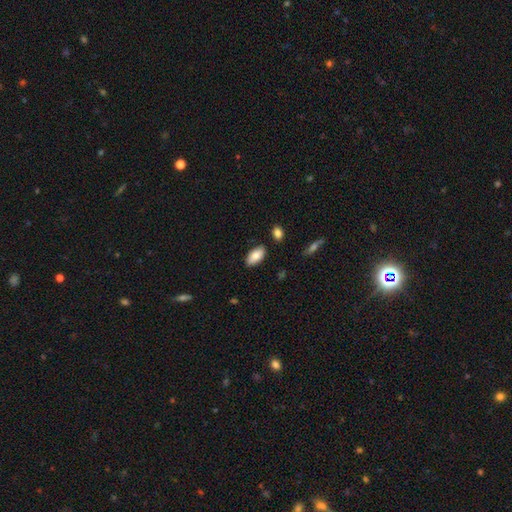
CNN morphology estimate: A smooth galaxy with no disk features (84%) that is in between round and cigar-shaped (93%).

Vote fractions:
- Smooth or featured? smooth: 84% / featured or disk: 10% / star or artifact: 6%
- How rounded? in between: 93% / cigar-shaped: 5% / round: 2%
- Merging? none: 86% / minor disturbance: 10% / merger: 3% / major disturbance: 2%